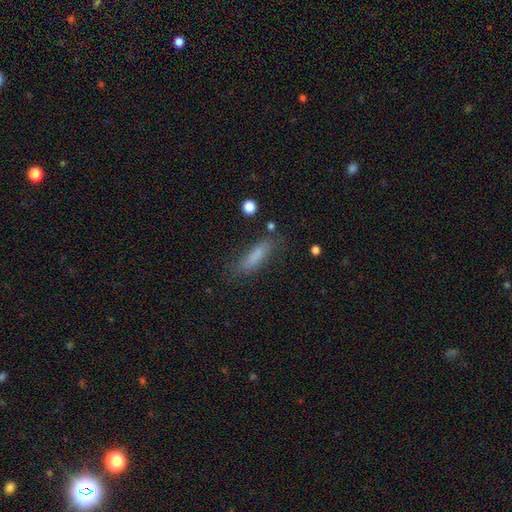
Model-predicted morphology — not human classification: Smooth or featured: smooth — 77% (featured or disk — 13%)
How rounded: cigar-shaped — 55% (in between — 43%)
Merging: none — 71% (minor disturbance — 19%)